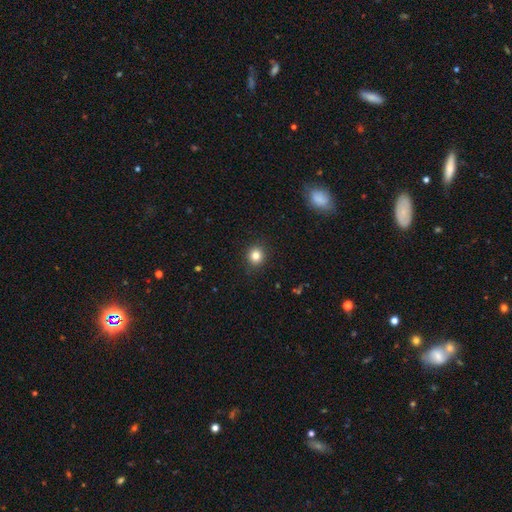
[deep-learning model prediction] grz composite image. It shows a smooth galaxy with no disk features (82%) that is round (87%). Merging: none (91%).